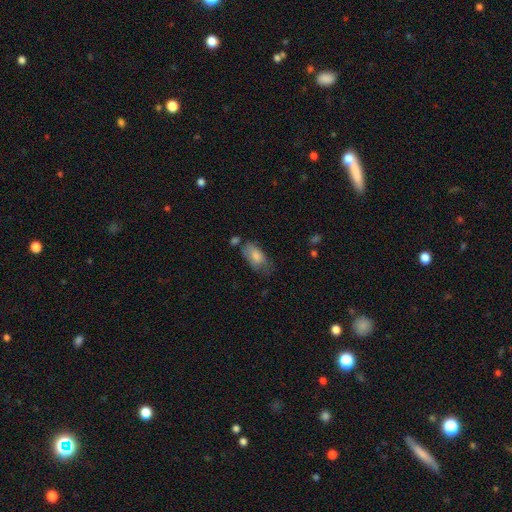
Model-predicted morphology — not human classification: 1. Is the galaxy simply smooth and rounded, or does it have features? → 78% smooth, 15% featured or disk, 7% star or artifact.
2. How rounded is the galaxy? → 92% in between, 4% cigar-shaped, 4% round.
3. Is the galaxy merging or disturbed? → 44% none, 33% minor disturbance, 15% major disturbance, 8% merger.